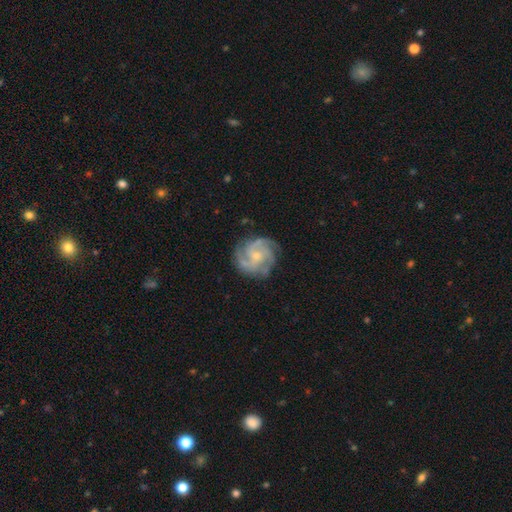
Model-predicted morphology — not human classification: Smooth or featured? featured or disk (87%)
Edge-on disk? no (98%)
Bar? no (63%)
Spiral arms? yes (97%)
Spiral winding? tight (51%)
Spiral arm count? 3 (41%)
Bulge size? small (60%)
Merging? none (79%)